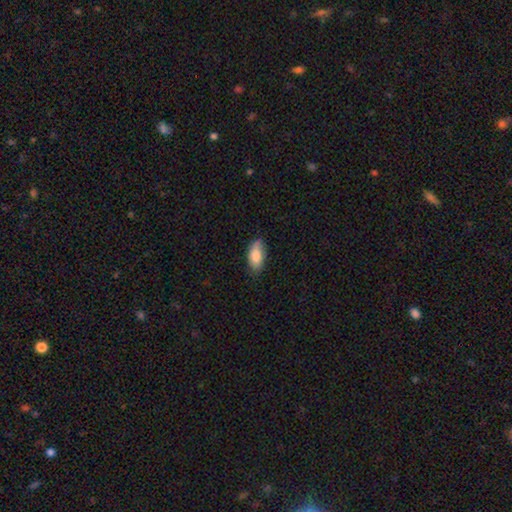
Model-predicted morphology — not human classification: smooth 85%, featured or disk 9%, star or artifact 6%. Down the decision tree: how rounded — in between (91%); merging — none (74%).